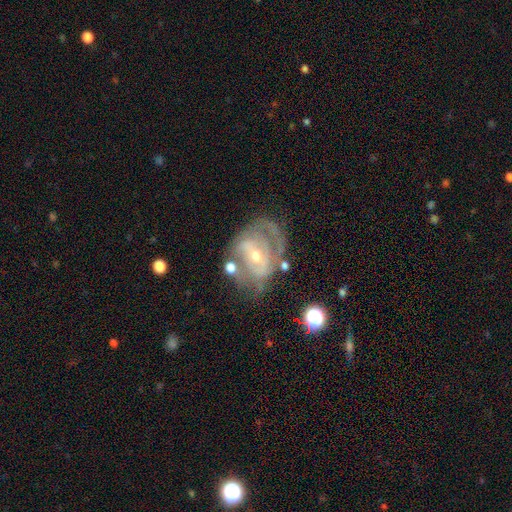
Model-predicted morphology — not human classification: Smooth or featured: featured or disk — 81% (smooth — 12%)
Edge-on disk: no — 96% (yes — 4%)
Bar: weak — 43% (no — 34%)
Spiral arms: yes — 80% (no — 20%)
Spiral winding: tight — 48% (medium — 38%)
Spiral arm count: 2 — 46% (can't tell — 32%)
Bulge size: small — 49% (moderate — 48%)
Merging: none — 50% (minor disturbance — 23%)